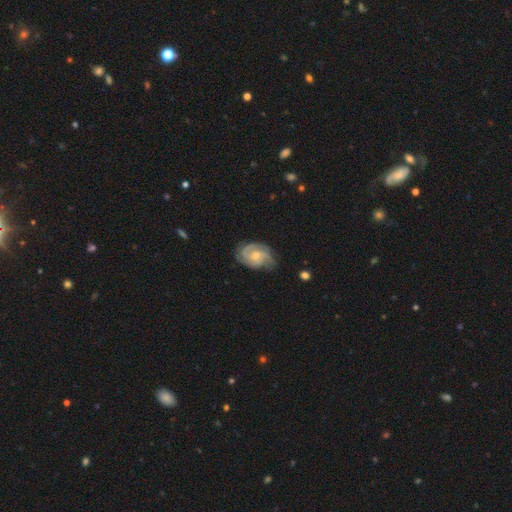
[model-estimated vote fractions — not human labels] Smooth or featured? featured or disk (82%)
Edge-on disk? no (97%)
Bar? no (64%)
Spiral arms? yes (95%)
Spiral winding? tight (50%)
Spiral arm count? 3 (39%)
Bulge size? moderate (51%)
Merging? none (66%)